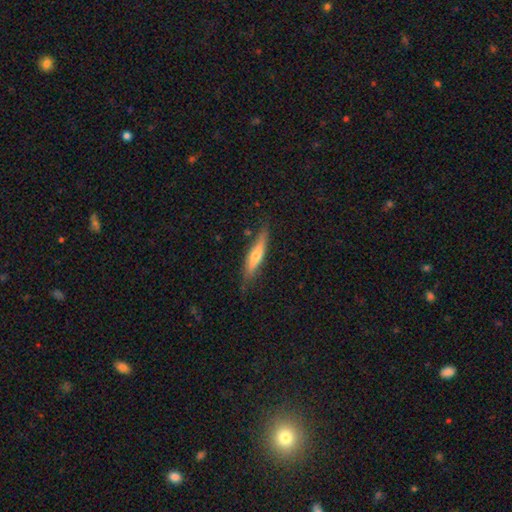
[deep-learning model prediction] Q: Smooth or featured?
A: featured or disk (48%); runner-up: smooth (46%)
Q: Merging?
A: none (77%); runner-up: minor disturbance (18%)